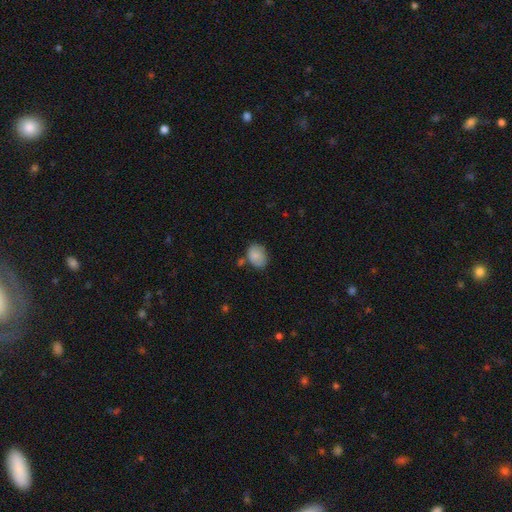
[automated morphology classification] Smooth or featured? Predicted: smooth (p=0.80). How rounded? Predicted: in between (p=0.65). Merging? Predicted: none (p=0.61).